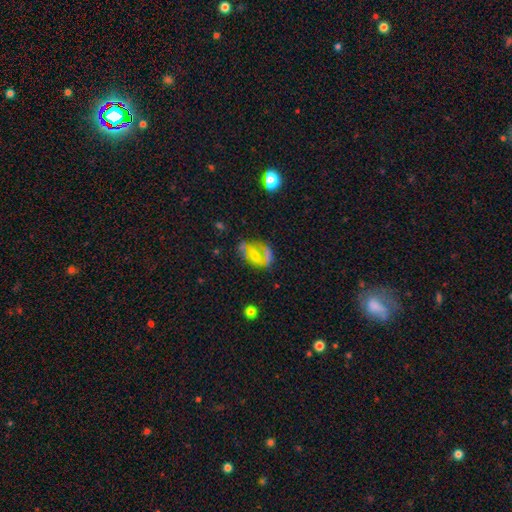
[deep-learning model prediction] This is marginally a featured or disk galaxy (43%, tied with smooth). Merging: possibly none (48%).